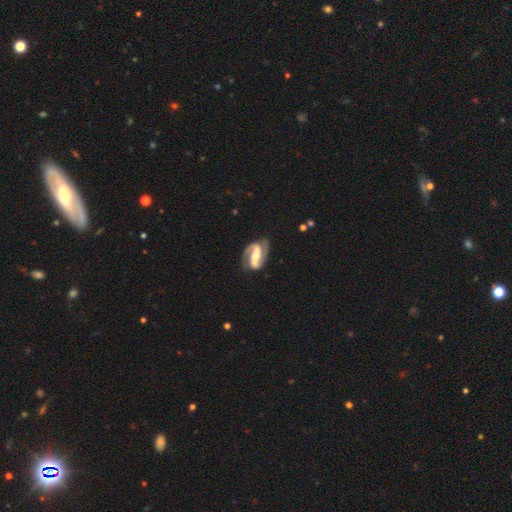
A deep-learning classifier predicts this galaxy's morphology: Overall: featured or disk (87%). Edge-on disk: no (96%). Bar: strong (61%; weak 26%). Spiral arms: yes (95%). Spiral arm count: 2 (90%). Spiral winding: medium (47%; loose 26%). Bulge size: moderate (58%; small 29%). Merging: none (73%).